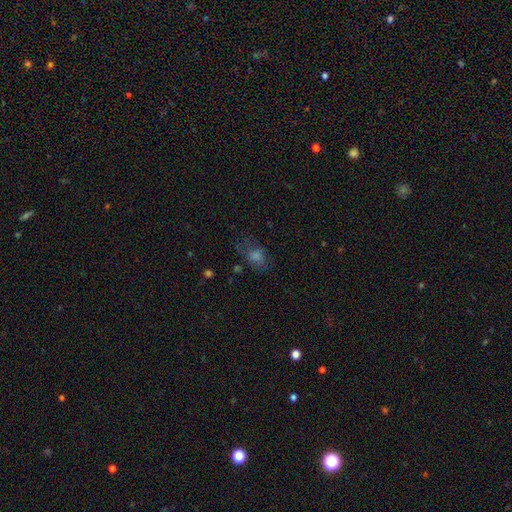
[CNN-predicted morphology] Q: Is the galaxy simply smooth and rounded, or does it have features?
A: smooth — 49%.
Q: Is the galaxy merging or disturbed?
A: none — 64%.